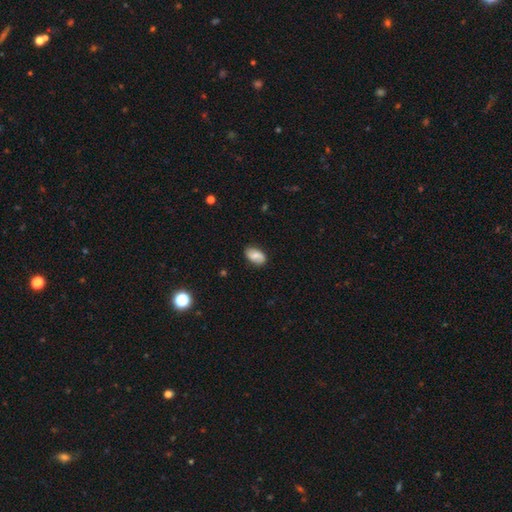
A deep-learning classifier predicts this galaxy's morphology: Smooth or featured? Predicted: smooth (p=0.65). How rounded? Predicted: in between (p=0.91). Merging? Predicted: none (p=0.81).